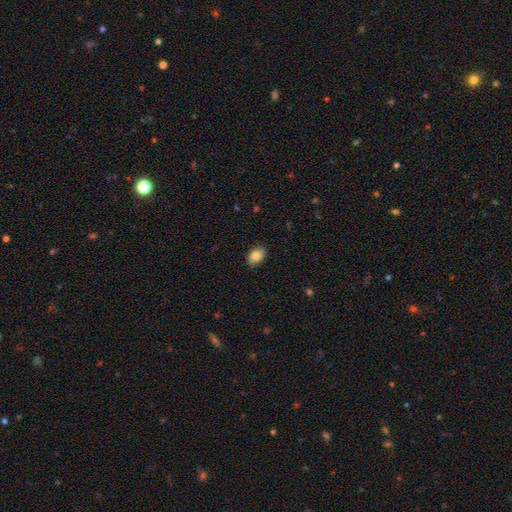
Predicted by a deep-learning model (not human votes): smooth_or_featured: smooth (p=0.85) [alt: star or artifact p=0.07]
how_rounded: in between (p=0.85) [alt: round p=0.14]
merging: none (p=0.85) [alt: minor disturbance p=0.12]